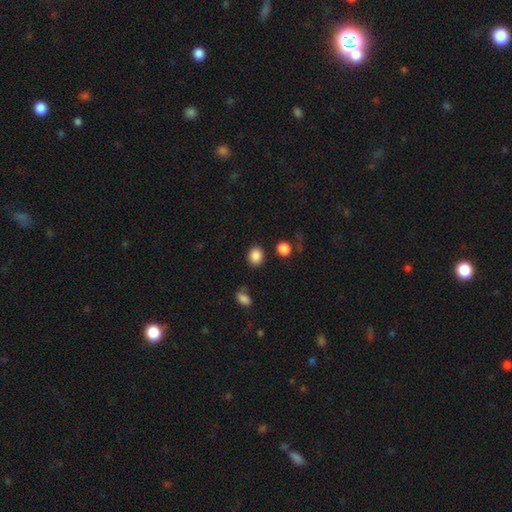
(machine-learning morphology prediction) A smooth galaxy with no disk features (87%) that is round (59%).

Vote fractions:
- Smooth or featured? smooth: 87% / star or artifact: 10% / featured or disk: 4%
- How rounded? round: 59% / in between: 40% / cigar-shaped: 1%
- Merging? none: 83% / minor disturbance: 9% / merger: 4% / major disturbance: 3%